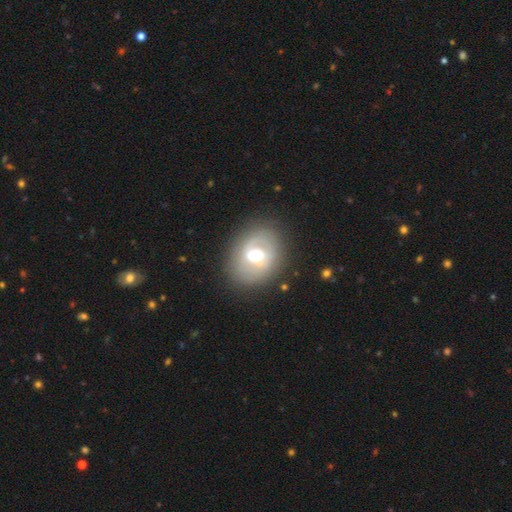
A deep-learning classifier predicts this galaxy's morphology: smooth-or-featured: featured or disk: 61% | smooth: 32% | star or artifact: 7%
  disk-edge-on: no: 95% | yes: 5%
    bar: weak: 48% | no: 29% | strong: 24%
    has-spiral-arms: yes: 51% | no: 49%
    bulge-size: moderate: 70% | large: 17% | small: 10% | dominant: 2% | none: 1%
  merging: none: 79% | minor disturbance: 13% | major disturbance: 6% | merger: 1%